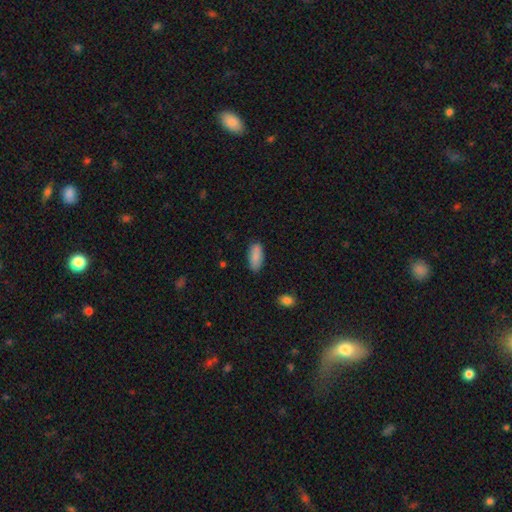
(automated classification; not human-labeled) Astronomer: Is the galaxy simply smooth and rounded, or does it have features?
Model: smooth — 87%.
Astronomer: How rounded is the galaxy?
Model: in between — 85%.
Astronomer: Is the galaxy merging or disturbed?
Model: none — 82%.